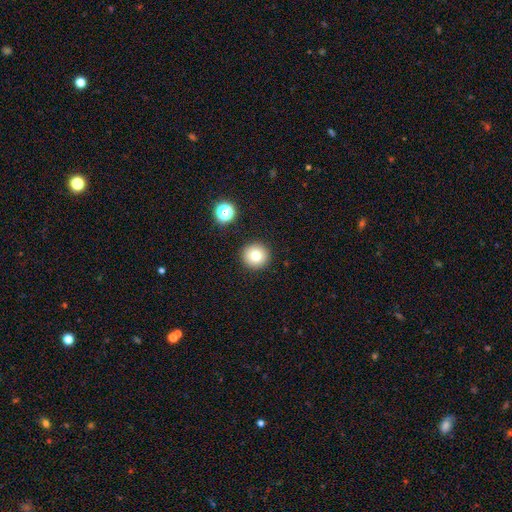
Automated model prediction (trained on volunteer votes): Overall: smooth (75%). How rounded: round (96%). Merging: none (92%).